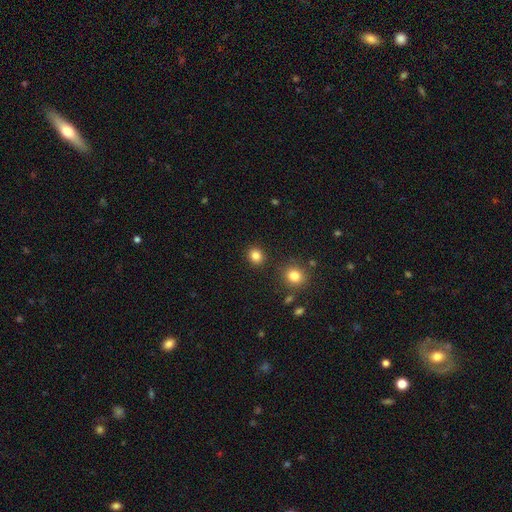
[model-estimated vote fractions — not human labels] Morphology: type=smooth (84%); roundness=round (80%); merging=none (88%).